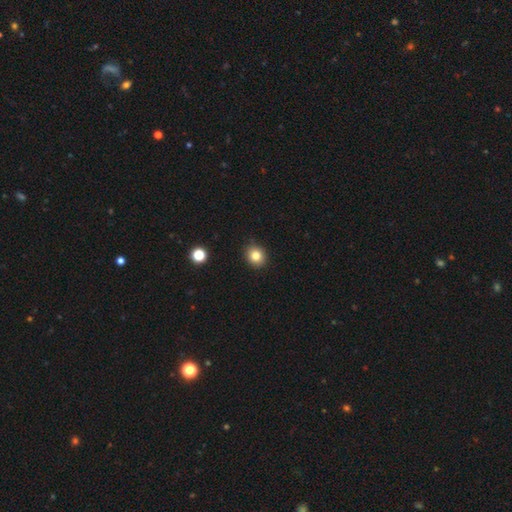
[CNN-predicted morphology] Q: Smooth or featured?
A: smooth (83%); runner-up: star or artifact (11%)
Q: How rounded?
A: round (75%); runner-up: in between (24%)
Q: Merging?
A: none (89%); runner-up: minor disturbance (8%)